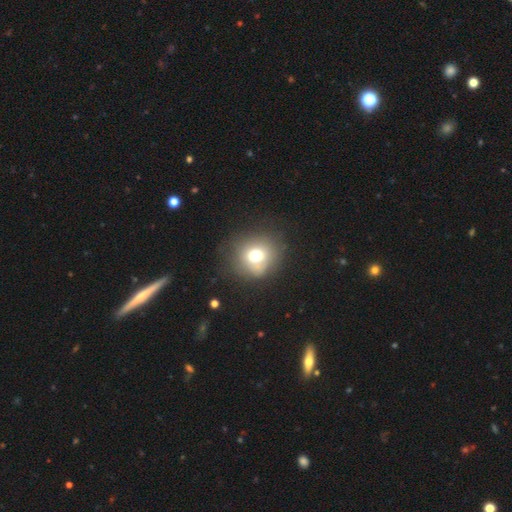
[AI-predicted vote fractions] Overall: smooth (70%). How rounded: round (85%). Merging: none (74%).